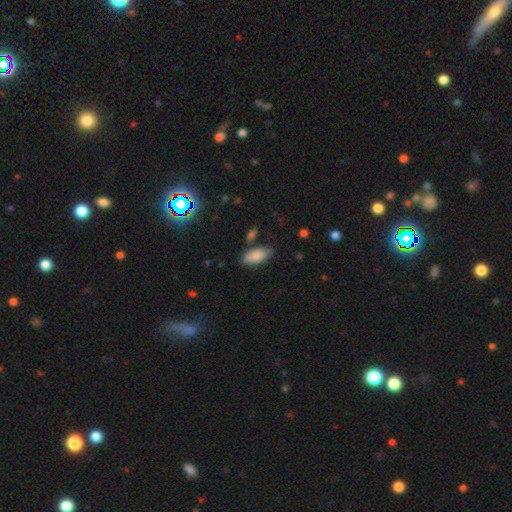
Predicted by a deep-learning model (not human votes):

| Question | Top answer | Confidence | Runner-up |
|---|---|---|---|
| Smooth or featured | smooth | 84% | featured or disk (9%) |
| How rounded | in between | 86% | cigar-shaped (12%) |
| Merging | none | 72% | minor disturbance (19%) |